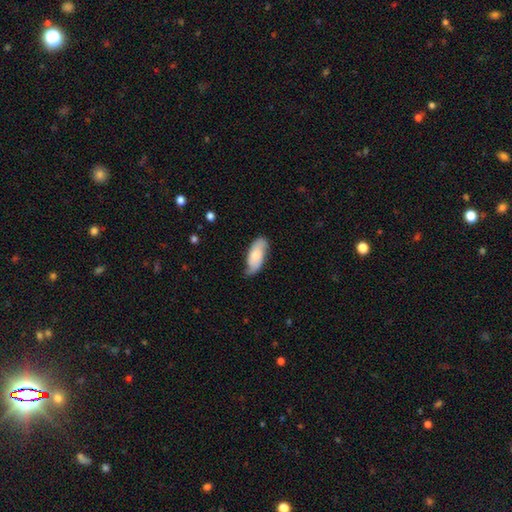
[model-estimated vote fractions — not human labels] This is likely a smooth galaxy (67%). How rounded: clearly in between (84%). Merging: likely none (63%).